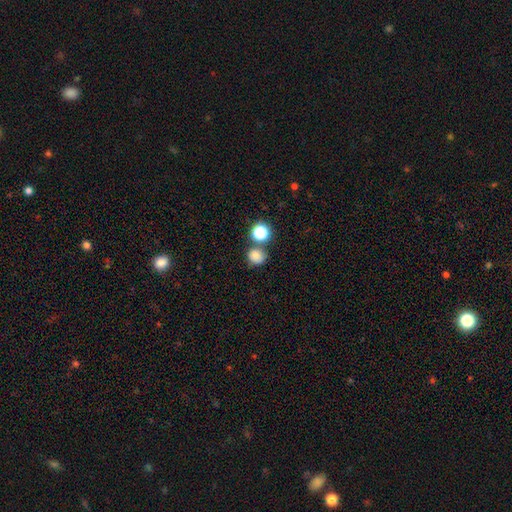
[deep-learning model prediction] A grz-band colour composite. It shows a smooth galaxy with no disk features (79%) that is round (84%). Merging: none (65%).